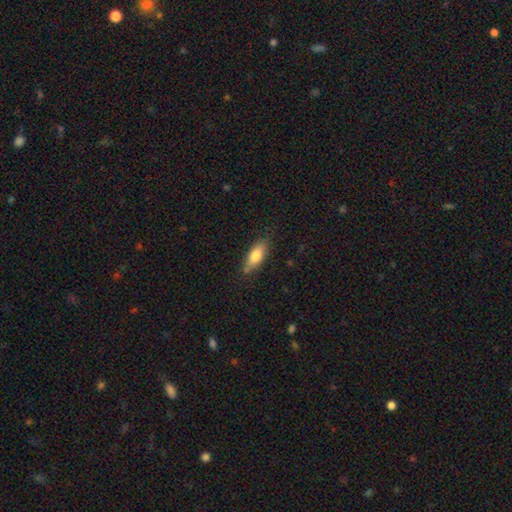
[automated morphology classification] A smooth galaxy with no disk features (75%) that is in between round and cigar-shaped (72%).

Vote fractions:
- Smooth or featured? smooth: 75% / featured or disk: 19% / star or artifact: 7%
- How rounded? in between: 72% / cigar-shaped: 25% / round: 3%
- Merging? none: 77% / minor disturbance: 18% / major disturbance: 3% / merger: 2%